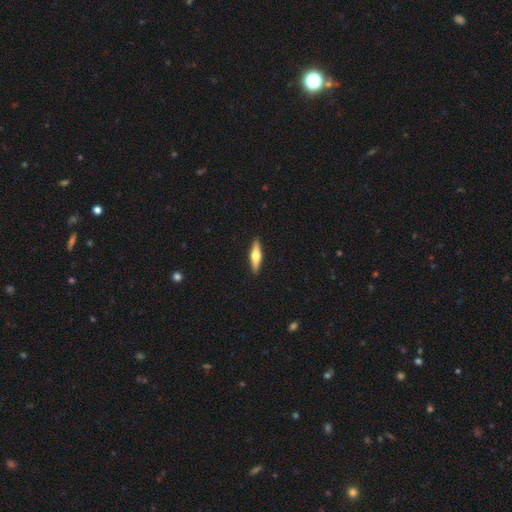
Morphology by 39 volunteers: featured or disk 49%, smooth 46%, star or artifact 5%. Down the decision tree: edge-on disk — yes (89%); edge-on bulge — rounded (100%); merging — none (97%).